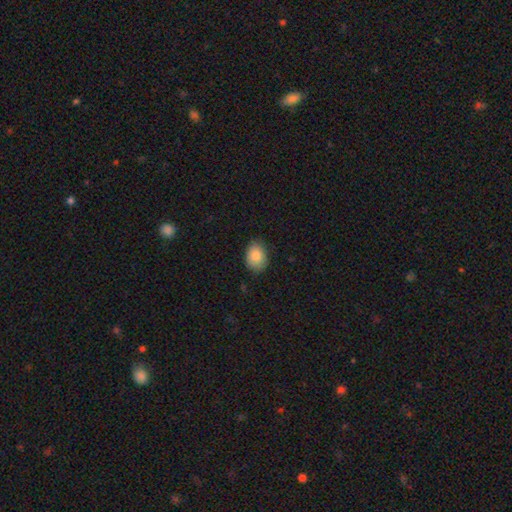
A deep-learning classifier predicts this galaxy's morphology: smooth-or-featured: smooth: 83% | featured or disk: 9% | star or artifact: 8%
  how-rounded: in between: 76% | round: 23% | cigar-shaped: 1%
  merging: none: 79% | minor disturbance: 17% | major disturbance: 3% | merger: 1%